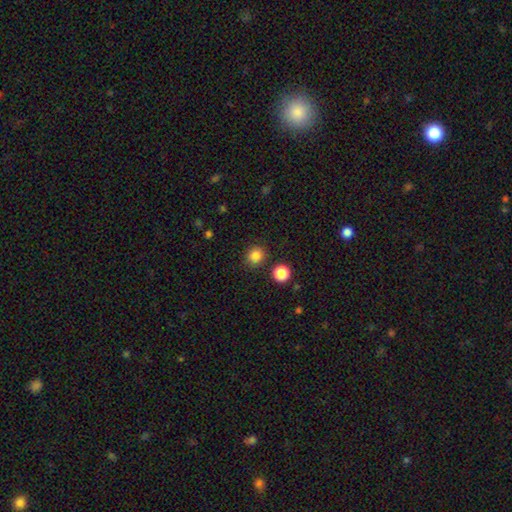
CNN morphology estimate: smooth 84%, star or artifact 12%, featured or disk 4%. Down the decision tree: how rounded — round (86%); merging — none (87%).